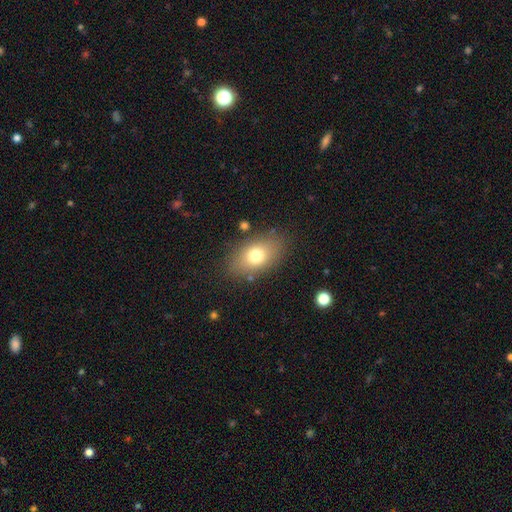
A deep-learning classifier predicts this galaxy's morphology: The model was most divided on "smooth or featured": smooth: 74%, featured or disk: 16%, star or artifact: 10%. More confident: how rounded — in between (84%); merging — none (82%).